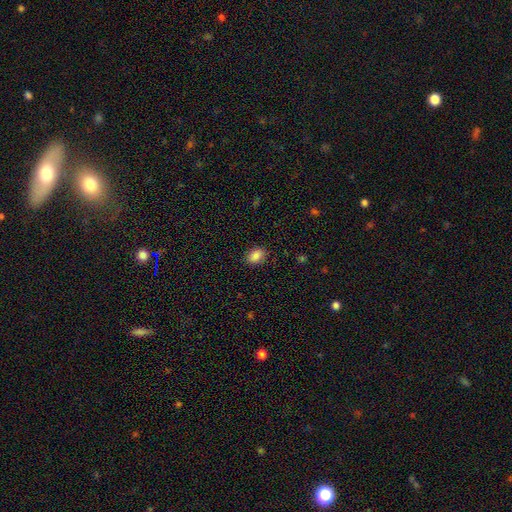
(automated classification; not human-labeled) smooth-or-featured: smooth: 87% | star or artifact: 9% | featured or disk: 4%
  how-rounded: in between: 77% | round: 21% | cigar-shaped: 1%
  merging: none: 87% | minor disturbance: 9% | major disturbance: 3% | merger: 1%